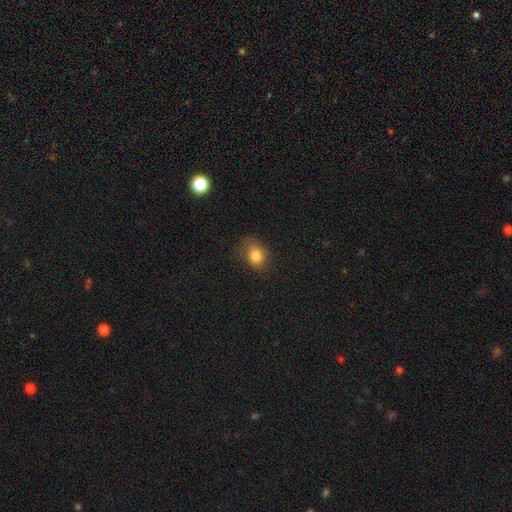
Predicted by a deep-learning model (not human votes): This appears to be a smooth galaxy with no disk features (82%) that is in between round and cigar-shaped (51%). Merging: none (65%).